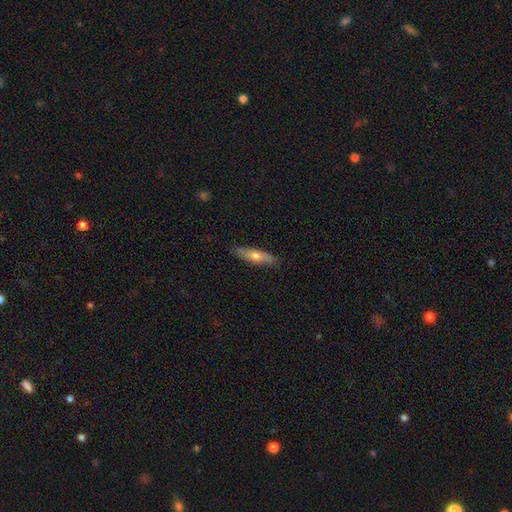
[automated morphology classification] The model was most divided on "smooth or featured": smooth: 59%, featured or disk: 35%, star or artifact: 6%. More confident: merging — none (85%); how rounded — cigar-shaped (68%).